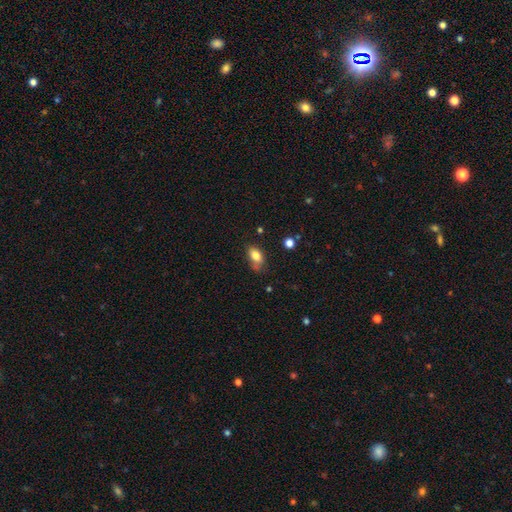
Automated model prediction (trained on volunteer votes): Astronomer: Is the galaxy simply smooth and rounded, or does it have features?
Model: smooth — 82%.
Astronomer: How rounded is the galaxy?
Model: in between — 87%.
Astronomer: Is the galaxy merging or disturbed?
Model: none — 56%.